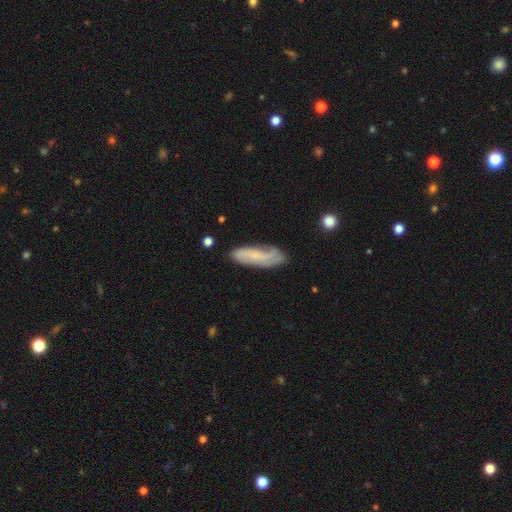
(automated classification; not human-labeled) Overall: featured or disk (47%; smooth 46%). Merging: none (69%).